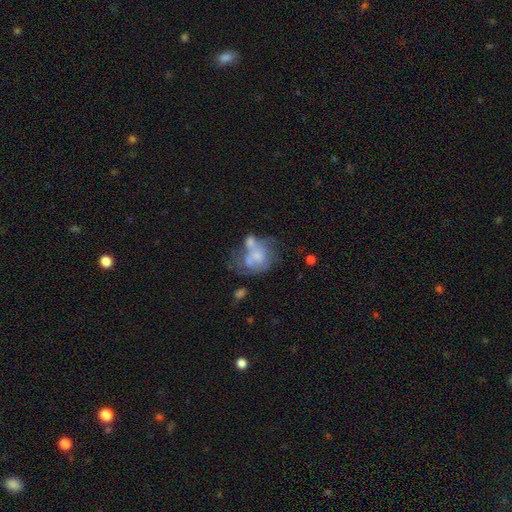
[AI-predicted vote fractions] Smooth or featured? Predicted: featured or disk (p=0.49). Merging? Predicted: merger (p=0.37).